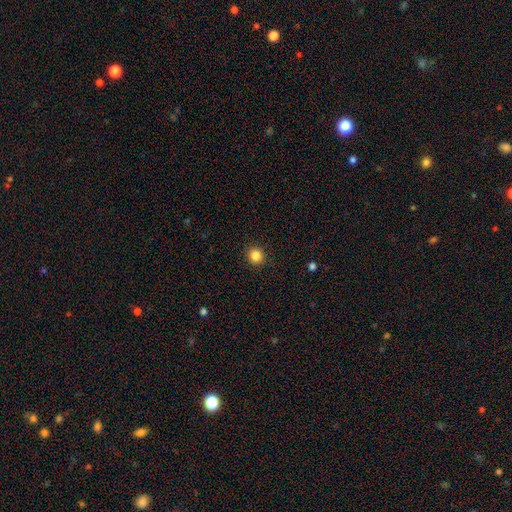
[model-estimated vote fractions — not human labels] Smooth or featured? Predicted: smooth (p=0.85). How rounded? Predicted: round (p=0.89). Merging? Predicted: none (p=0.92).